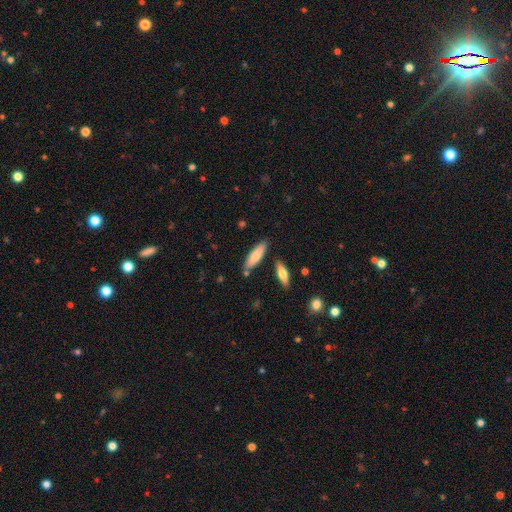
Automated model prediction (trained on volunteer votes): A smooth galaxy with no disk features (76%) that is cigar-shaped (57%). Merging: none (79%).